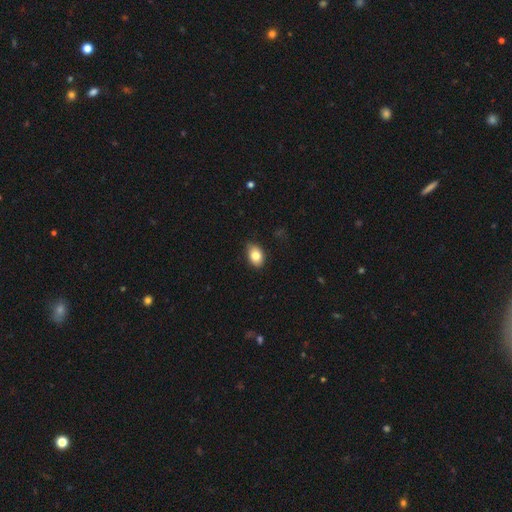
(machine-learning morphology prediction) type=smooth (83%); roundness=in between (84%); merging=none (82%).